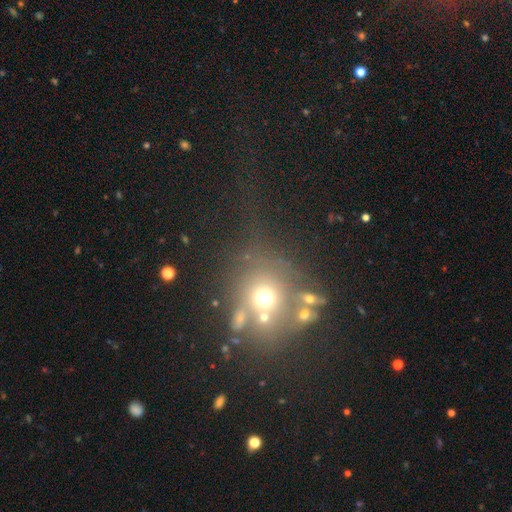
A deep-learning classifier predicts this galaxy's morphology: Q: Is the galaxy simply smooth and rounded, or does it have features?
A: smooth — 50%.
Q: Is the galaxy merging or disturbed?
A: none — 49%.